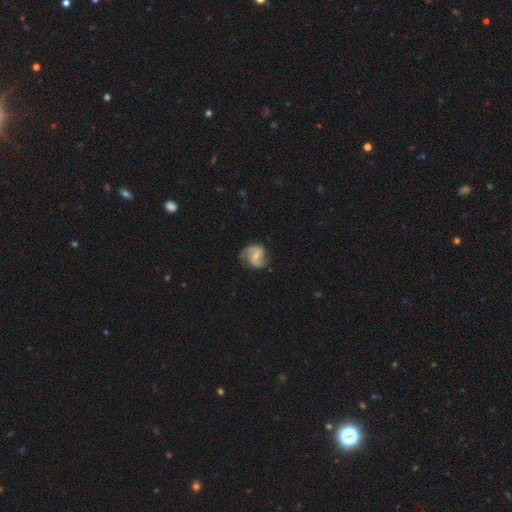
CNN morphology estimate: A featured or disk galaxy (79%) with a weak bar (50%), 2 (87%) medium (49%) spiral arms (94%) and a small central bulge (54%).

Vote fractions:
- Smooth or featured? featured or disk: 79% / smooth: 16% / star or artifact: 6%
- Edge-on disk? no: 98% / yes: 2%
- Bar? weak: 50% / no: 26% / strong: 23%
- Spiral arms? yes: 94% / no: 6%
- Spiral winding? medium: 49% / loose: 31% / tight: 20%
- Spiral arm count? 2: 87% / can't tell: 5% / 1: 4% / 3: 2% / 4: 1% / more than 4: 1%
- Bulge size? small: 54% / moderate: 30% / none: 13% / large: 2% / dominant: 1%
- Merging? none: 70% / minor disturbance: 20% / major disturbance: 9% / merger: 2%